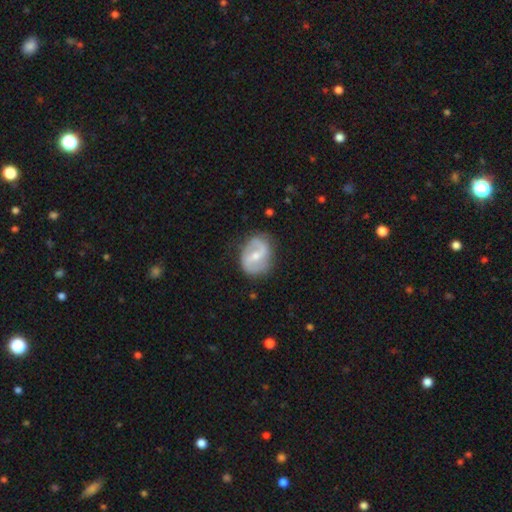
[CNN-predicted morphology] Q: Smooth or featured?
A: featured or disk (78%); runner-up: smooth (17%)
Q: Edge-on disk?
A: no (97%); runner-up: yes (3%)
Q: Bar?
A: weak (47%); runner-up: strong (32%)
Q: Spiral arms?
A: yes (89%); runner-up: no (11%)
Q: Spiral winding?
A: medium (45%); runner-up: loose (36%)
Q: Spiral arm count?
A: 2 (88%); runner-up: can't tell (6%)
Q: Bulge size?
A: small (48%); runner-up: moderate (47%)
Q: Merging?
A: none (77%); runner-up: minor disturbance (16%)